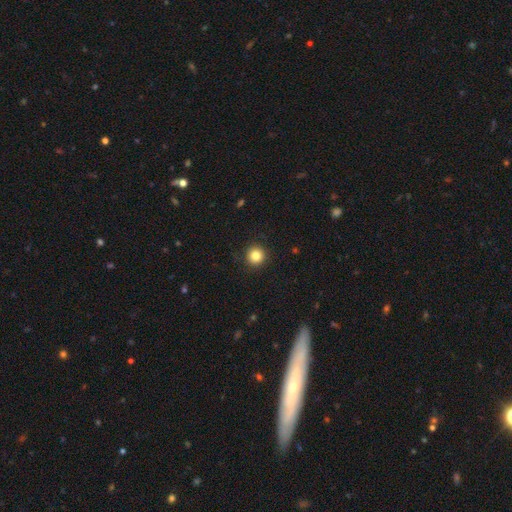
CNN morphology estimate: smooth-or-featured: smooth: 84% | star or artifact: 11% | featured or disk: 5%
  how-rounded: round: 95% | in between: 4% | cigar-shaped: 1%
  merging: none: 92% | minor disturbance: 5% | major disturbance: 2% | merger: 1%